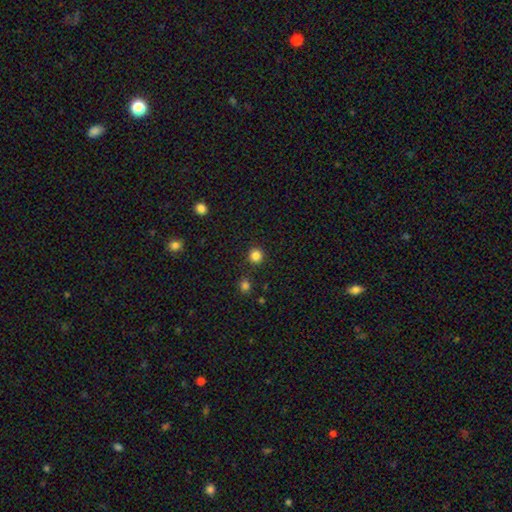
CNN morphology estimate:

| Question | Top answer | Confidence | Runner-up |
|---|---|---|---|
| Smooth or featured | smooth | 84% | star or artifact (13%) |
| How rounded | round | 94% | in between (5%) |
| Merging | none | 90% | minor disturbance (5%) |